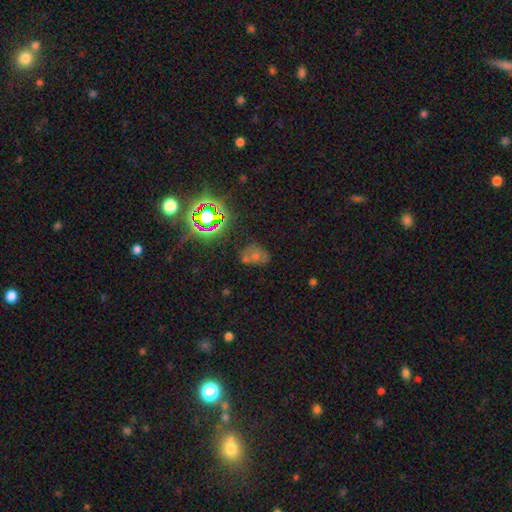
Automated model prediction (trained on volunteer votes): This appears to be a star or artifact, not a galaxy (45%).